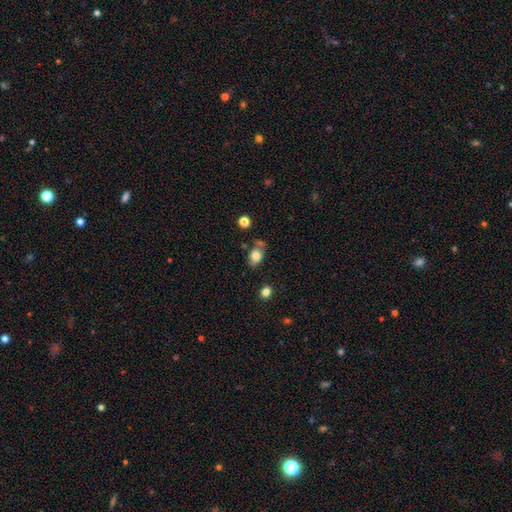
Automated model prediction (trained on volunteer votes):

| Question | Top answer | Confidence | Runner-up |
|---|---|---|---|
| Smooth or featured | smooth | 78% | featured or disk (13%) |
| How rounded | in between | 78% | round (21%) |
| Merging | none | 58% | minor disturbance (22%) |